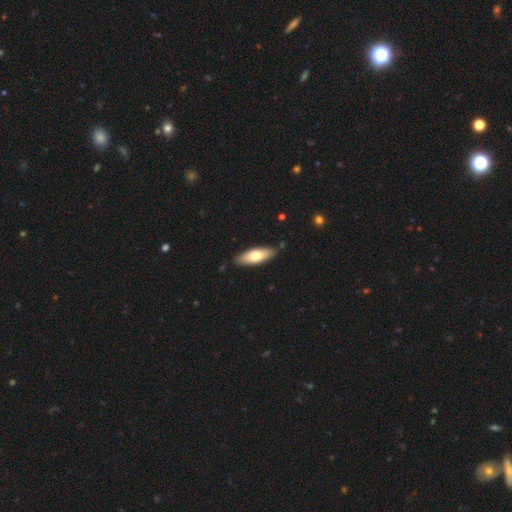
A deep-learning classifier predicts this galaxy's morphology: This is likely a smooth galaxy (69%). How rounded: likely in between (62%). Merging: clearly none (87%).